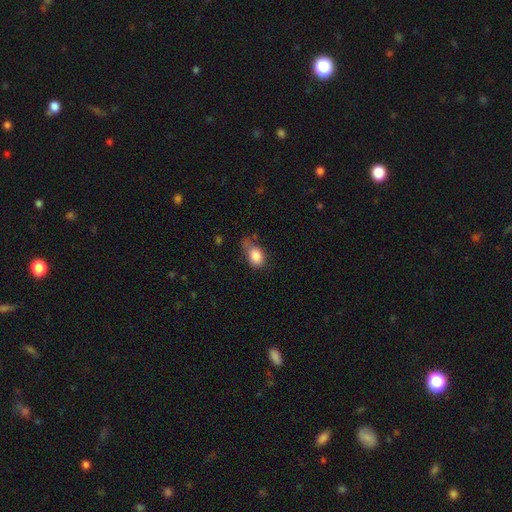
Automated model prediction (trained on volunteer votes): This is clearly a smooth galaxy (84%). How rounded: clearly in between (80%). Merging: marginally none (39%).